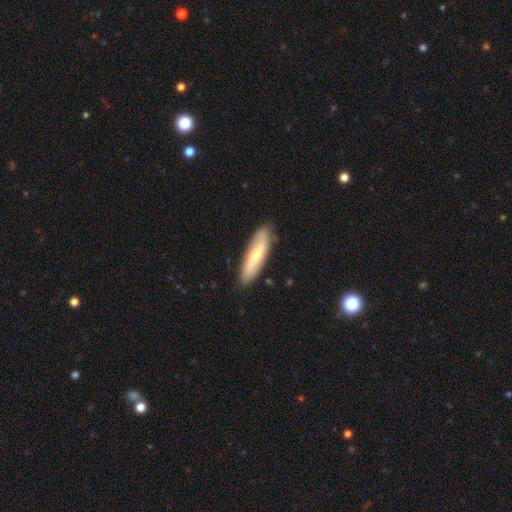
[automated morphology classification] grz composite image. It shows a smooth galaxy with no disk features (59%) that is cigar-shaped (67%). Merging: none (83%).